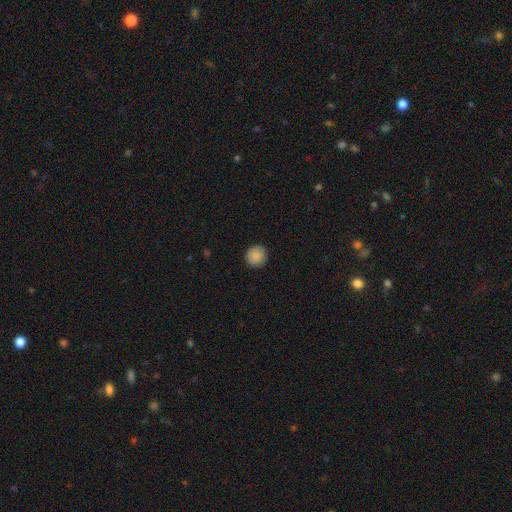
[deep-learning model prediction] This is clearly a smooth galaxy (88%). How rounded: clearly round (95%). Merging: clearly none (91%).